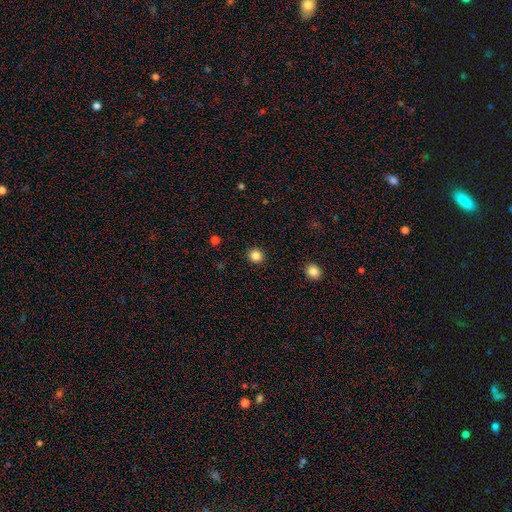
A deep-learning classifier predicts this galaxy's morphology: The model was most divided on "smooth or featured": smooth: 85%, star or artifact: 12%, featured or disk: 4%. More confident: merging — none (92%); how rounded — round (89%).